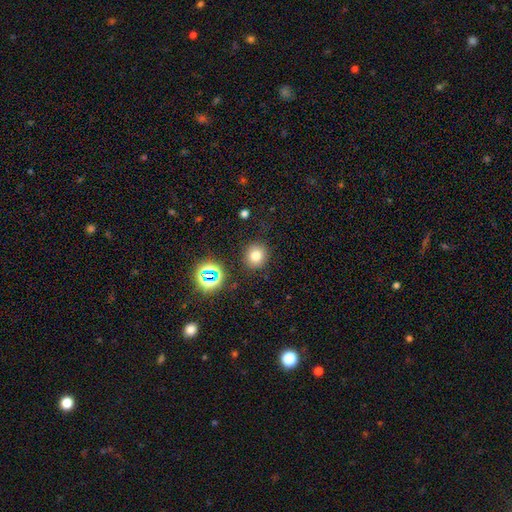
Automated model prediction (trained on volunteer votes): This is likely a smooth galaxy (74%). How rounded: clearly round (87%). Merging: clearly none (88%).